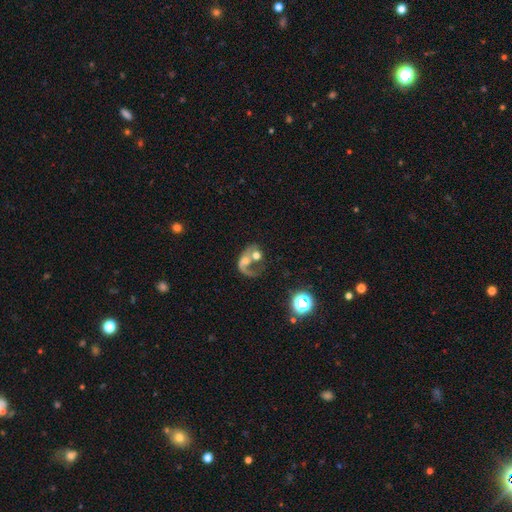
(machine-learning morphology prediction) type=featured or disk (58%); edge-on=no (97%); bar=no (76%); spiral arms=yes (64%); bulge=moderate (48%); merging=merger (50%).